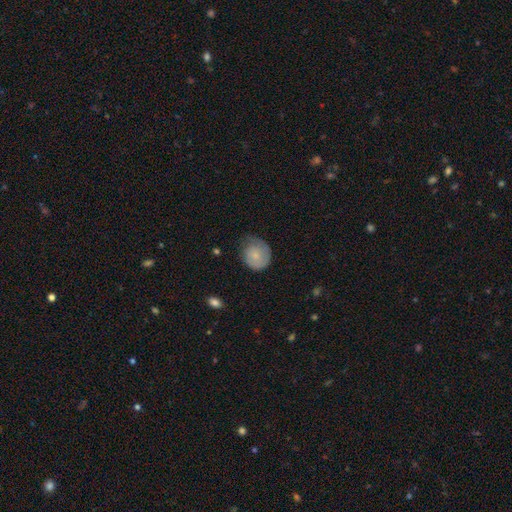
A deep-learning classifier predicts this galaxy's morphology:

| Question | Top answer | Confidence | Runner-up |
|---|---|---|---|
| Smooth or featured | smooth | 69% | featured or disk (25%) |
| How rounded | round | 76% | in between (23%) |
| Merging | none | 46% | minor disturbance (36%) |